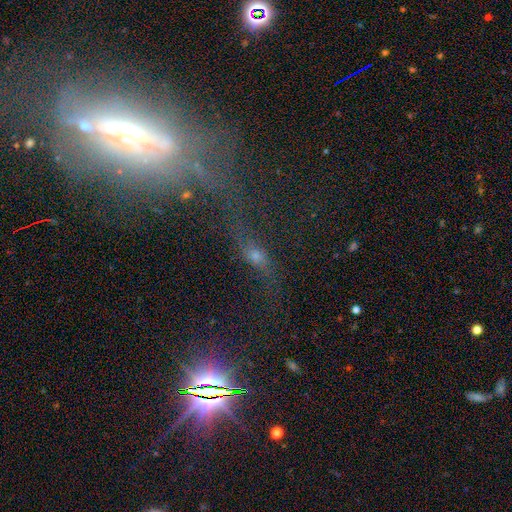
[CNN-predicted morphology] Smooth or featured: featured or disk — 40% (smooth — 32%)
Merging: none — 47% (major disturbance — 23%)